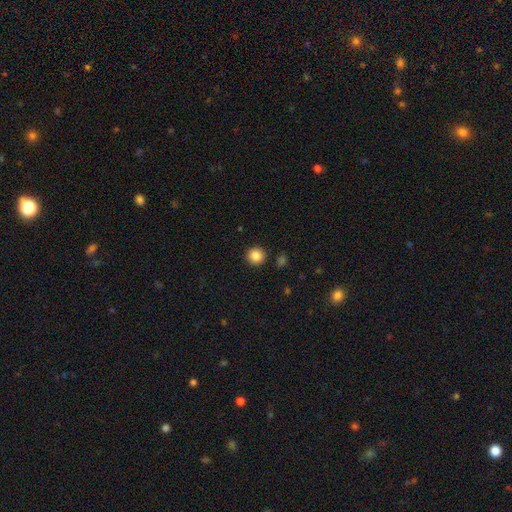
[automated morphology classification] This is clearly a smooth galaxy (85%). How rounded: clearly round (95%). Merging: clearly none (92%).